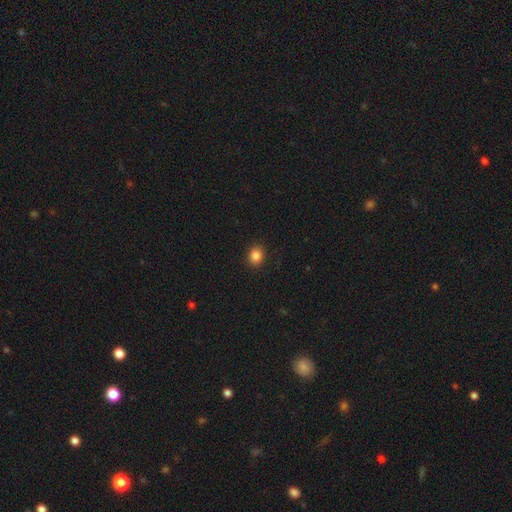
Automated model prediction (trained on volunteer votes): smooth_or_featured: smooth (p=0.86) [alt: star or artifact p=0.11]
how_rounded: round (p=0.69) [alt: in between p=0.30]
merging: none (p=0.91) [alt: minor disturbance p=0.06]